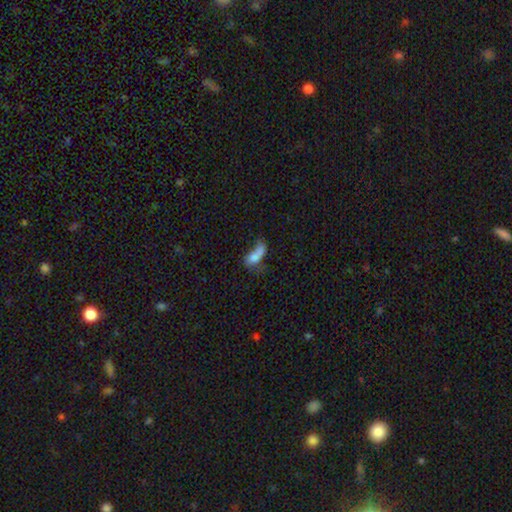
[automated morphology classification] This appears to be a smooth galaxy with no disk features (69%) that is in between round and cigar-shaped (76%). Merging: major disturbance (34%).